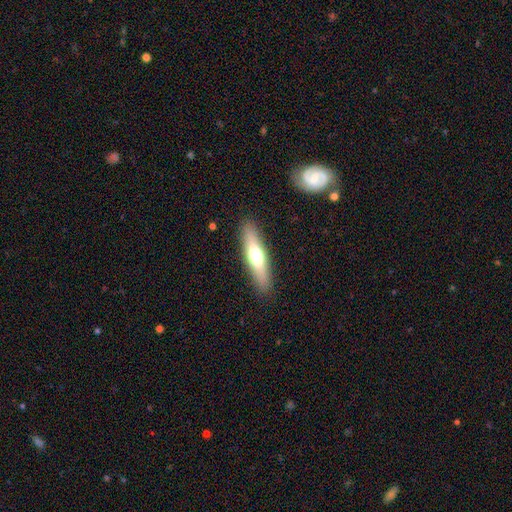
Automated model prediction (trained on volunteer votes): This appears to be a smooth galaxy with no disk features (56%) that is cigar-shaped (74%). Merging: none (89%).